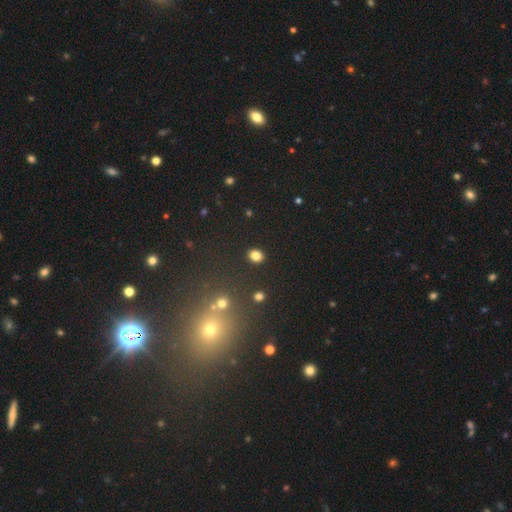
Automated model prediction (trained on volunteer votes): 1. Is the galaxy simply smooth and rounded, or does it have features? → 82% smooth, 13% star or artifact, 5% featured or disk.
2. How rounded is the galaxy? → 55% round, 44% in between, 1% cigar-shaped.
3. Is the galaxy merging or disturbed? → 90% none, 6% minor disturbance, 2% major disturbance, 2% merger.